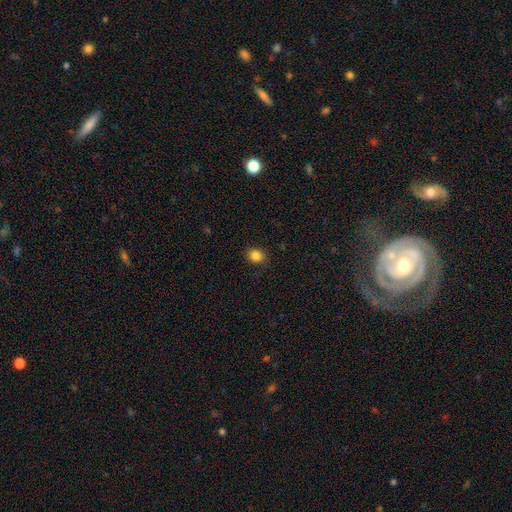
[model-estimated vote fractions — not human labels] Smooth or featured: smooth — 85% (star or artifact — 11%)
How rounded: round — 79% (in between — 20%)
Merging: none — 88% (minor disturbance — 9%)